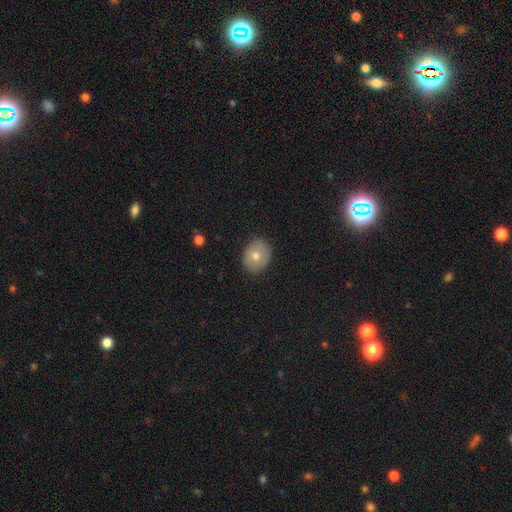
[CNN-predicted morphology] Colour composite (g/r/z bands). It shows a smooth galaxy with no disk features (65%) that is round (58%). Merging: none (87%).